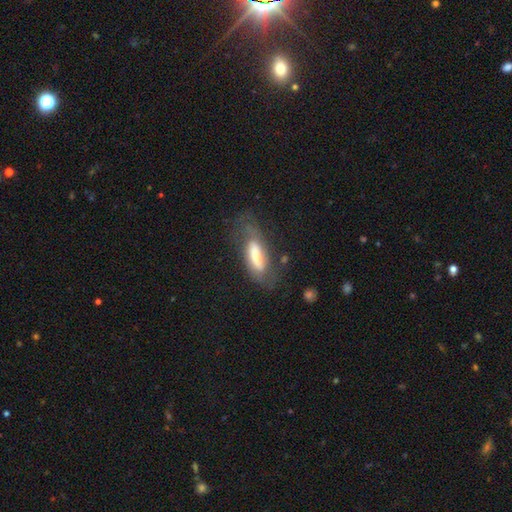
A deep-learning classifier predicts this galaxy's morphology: Smooth or featured: smooth — 52% (featured or disk — 41%)
How rounded: in between — 61% (cigar-shaped — 37%)
Merging: none — 48% (minor disturbance — 26%)